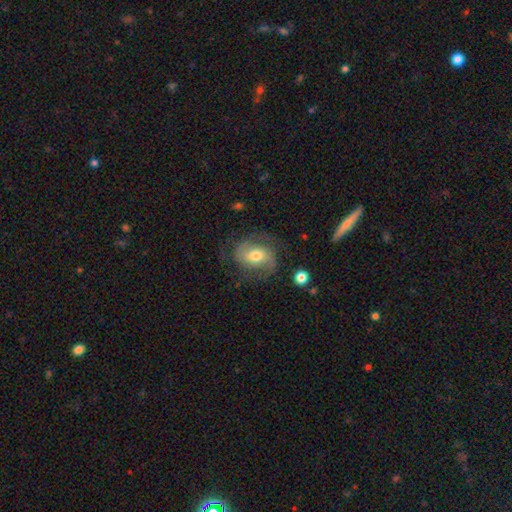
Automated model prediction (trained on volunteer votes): Smooth or featured? Predicted: featured or disk (p=0.68). Edge-on disk? Predicted: no (p=0.97). Bar? Predicted: no (p=0.55). Spiral arms? Predicted: yes (p=0.89). Spiral winding? Predicted: medium (p=0.47). Spiral arm count? Predicted: 2 (p=0.77). Bulge size? Predicted: moderate (p=0.69). Merging? Predicted: none (p=0.63).